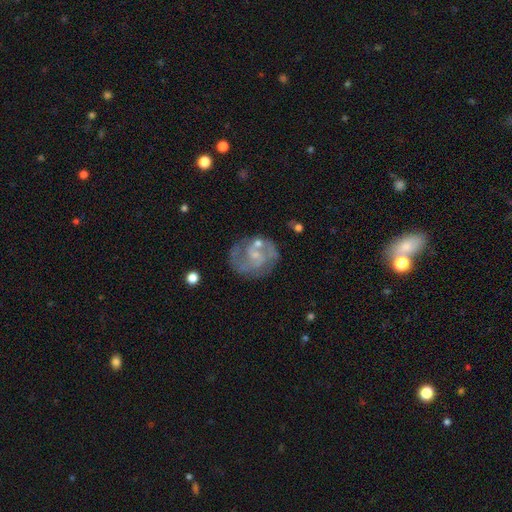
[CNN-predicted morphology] Smooth or featured: featured or disk — 76% (smooth — 17%)
Edge-on disk: no — 98% (yes — 2%)
Bar: no — 55% (weak — 38%)
Spiral arms: yes — 82% (no — 18%)
Spiral winding: medium — 47% (tight — 33%)
Spiral arm count: 2 — 62% (can't tell — 20%)
Bulge size: small — 63% (moderate — 20%)
Merging: none — 62% (minor disturbance — 18%)